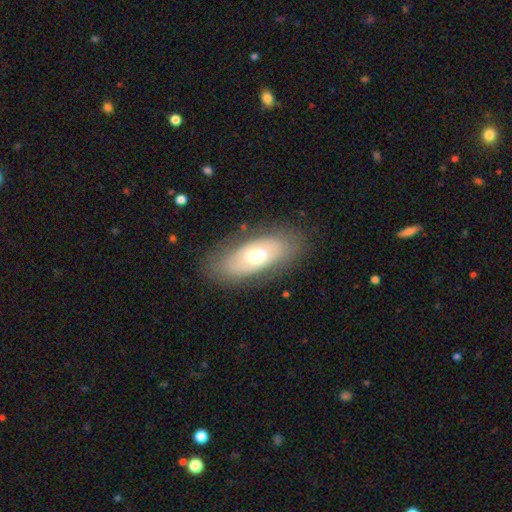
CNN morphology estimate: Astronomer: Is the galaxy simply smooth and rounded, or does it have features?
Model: smooth — 53% (runner-up: featured or disk, 40%).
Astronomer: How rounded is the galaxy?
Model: in between — 87%.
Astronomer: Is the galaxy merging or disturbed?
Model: none — 79%.